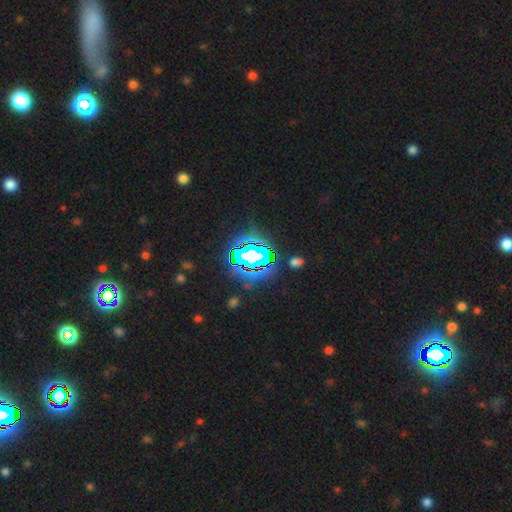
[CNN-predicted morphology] A star or artifact, not a galaxy (72%).